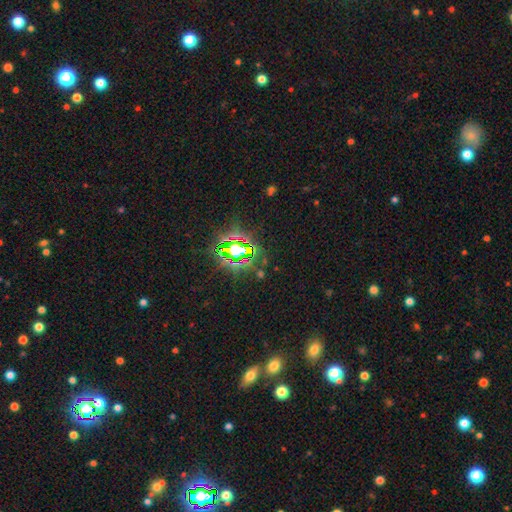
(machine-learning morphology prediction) Smooth or featured? star or artifact (80%)